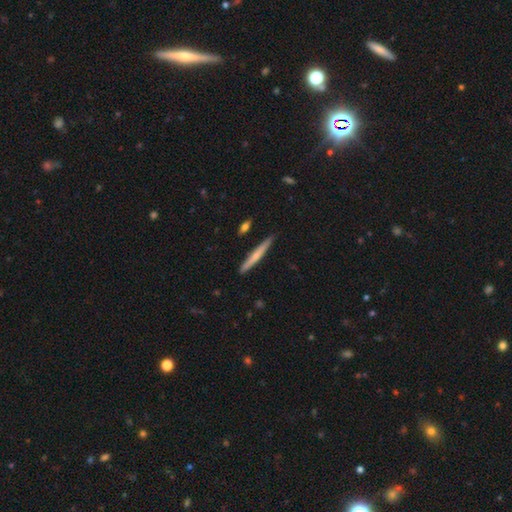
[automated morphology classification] smooth-or-featured: smooth: 53% | featured or disk: 41% | star or artifact: 6%
  how-rounded: cigar-shaped: 96% | in between: 3% | round: 1%
  merging: none: 89% | minor disturbance: 8% | merger: 2% | major disturbance: 1%